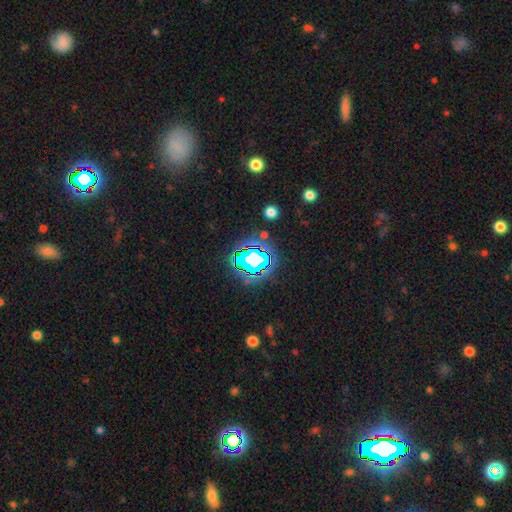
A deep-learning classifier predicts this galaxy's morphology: This appears to be a star or artifact, not a galaxy (60%).